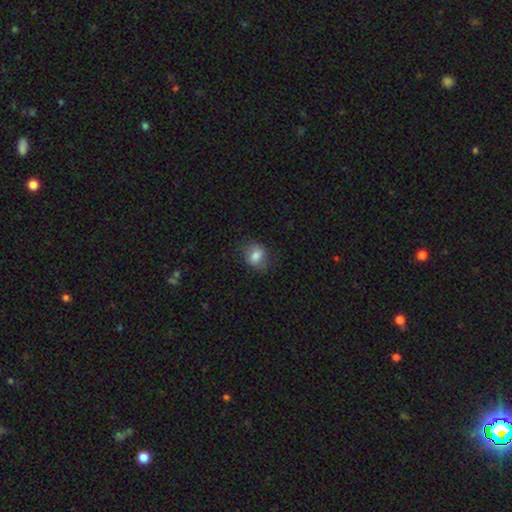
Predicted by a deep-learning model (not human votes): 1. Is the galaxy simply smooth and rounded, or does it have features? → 79% smooth, 12% featured or disk, 9% star or artifact.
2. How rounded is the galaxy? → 49% round (tied), 49% in between (tied), 1% cigar-shaped.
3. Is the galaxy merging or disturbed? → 77% none, 17% minor disturbance, 5% major disturbance, 1% merger.